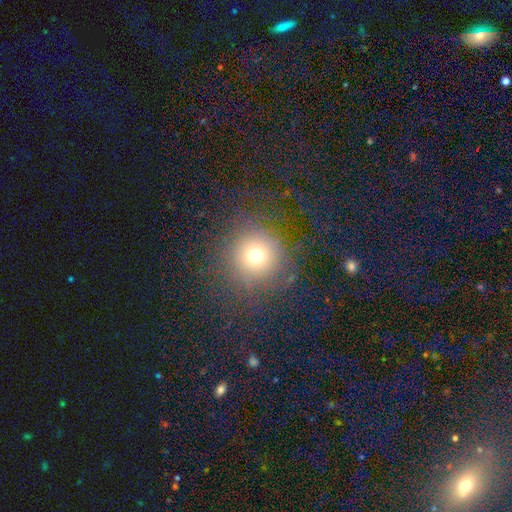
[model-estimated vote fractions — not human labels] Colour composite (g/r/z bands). It shows a smooth galaxy with no disk features (69%) that is round (94%). Merging: none (79%).